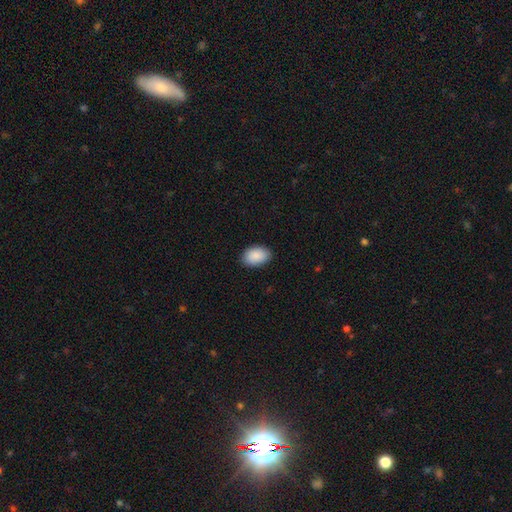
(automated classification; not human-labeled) Smooth or featured: smooth — 91% (star or artifact — 6%)
How rounded: in between — 90% (round — 8%)
Merging: none — 88% (minor disturbance — 9%)